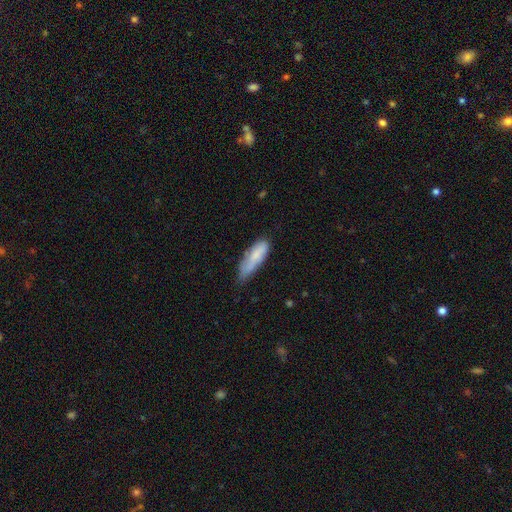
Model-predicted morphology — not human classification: A smooth galaxy with no disk features (76%) that is in between round and cigar-shaped (50%).

Vote fractions:
- Smooth or featured? smooth: 76% / featured or disk: 17% / star or artifact: 7%
- How rounded? in between: 50% / cigar-shaped: 49% / round: 2%
- Merging? none: 45% / minor disturbance: 40% / major disturbance: 12% / merger: 4%